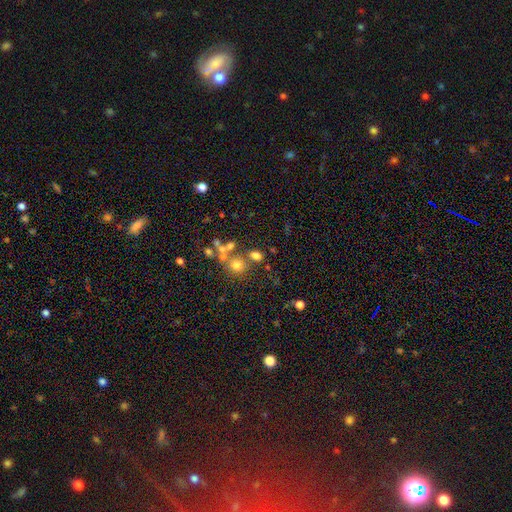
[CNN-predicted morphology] Q: Smooth or featured?
A: smooth (66%); runner-up: star or artifact (19%)
Q: How rounded?
A: round (65%); runner-up: in between (33%)
Q: Merging?
A: none (59%); runner-up: merger (24%)